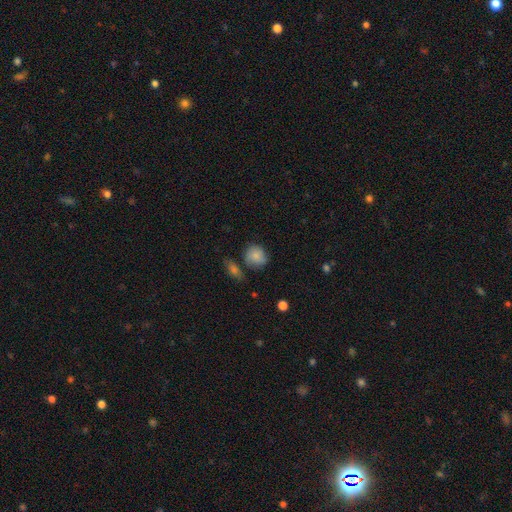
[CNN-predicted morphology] Smooth or featured? smooth (83%)
How rounded? round (77%)
Merging? none (65%)